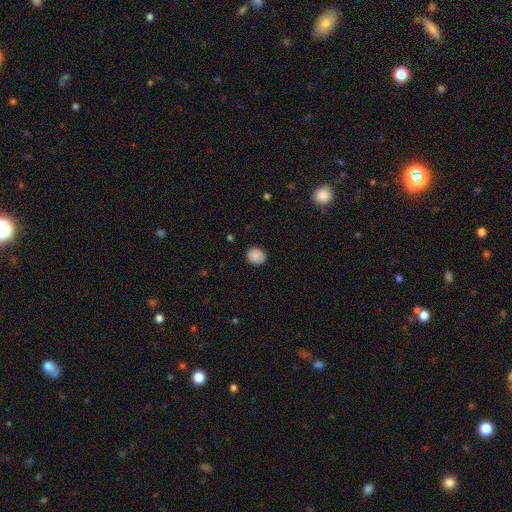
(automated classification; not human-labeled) Smooth or featured?
  - smooth: 88% *
  - star or artifact: 8%
  - featured or disk: 4%
How rounded?
  - round: 69% *
  - in between: 30%
  - cigar-shaped: 1%
Merging?
  - none: 87% *
  - minor disturbance: 10%
  - major disturbance: 2%
  - merger: 1%